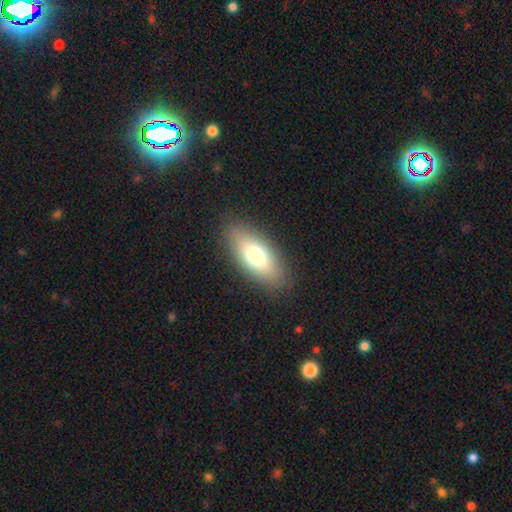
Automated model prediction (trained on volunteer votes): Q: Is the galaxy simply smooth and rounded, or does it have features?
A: smooth — 72%.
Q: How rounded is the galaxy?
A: in between — 83%.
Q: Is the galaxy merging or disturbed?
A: none — 86%.